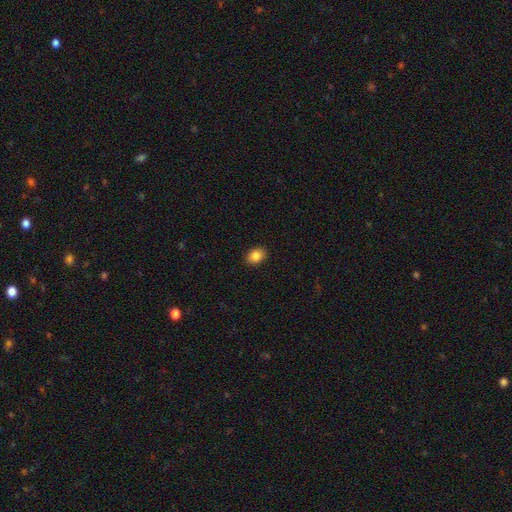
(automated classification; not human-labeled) A smooth galaxy with no disk features (86%) that is in between round and cigar-shaped (65%).

Vote fractions:
- Smooth or featured? smooth: 86% / star or artifact: 9% / featured or disk: 5%
- How rounded? in between: 65% / round: 34% / cigar-shaped: 1%
- Merging? none: 90% / minor disturbance: 7% / major disturbance: 2% / merger: 1%